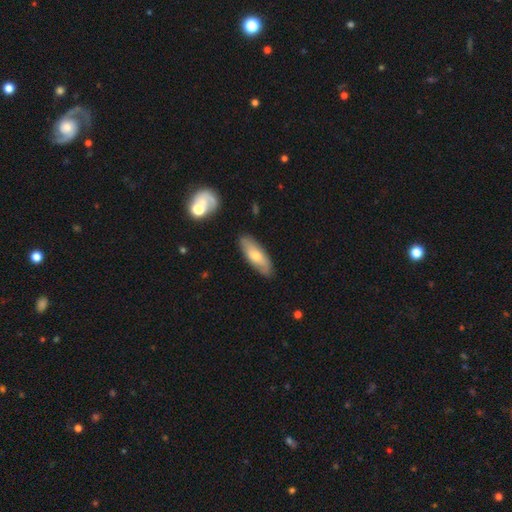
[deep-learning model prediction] smooth 63%, featured or disk 32%, star or artifact 6%. Down the decision tree: how rounded — in between (64%); merging — none (83%).